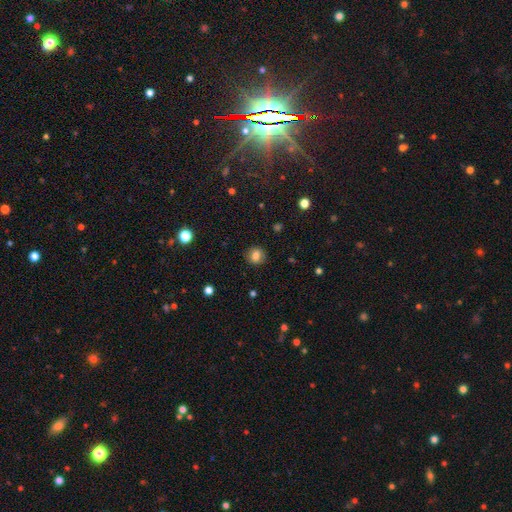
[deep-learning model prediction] A smooth galaxy with no disk features (80%) that is round (86%). Merging: none (88%).